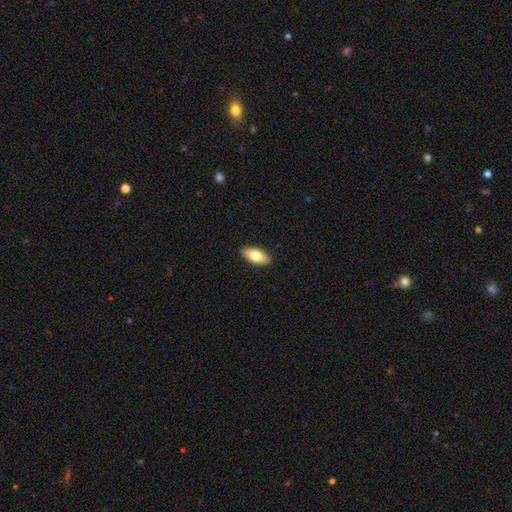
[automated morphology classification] Q: Smooth or featured?
A: smooth (78%); runner-up: featured or disk (16%)
Q: How rounded?
A: in between (87%); runner-up: cigar-shaped (10%)
Q: Merging?
A: none (91%); runner-up: minor disturbance (7%)